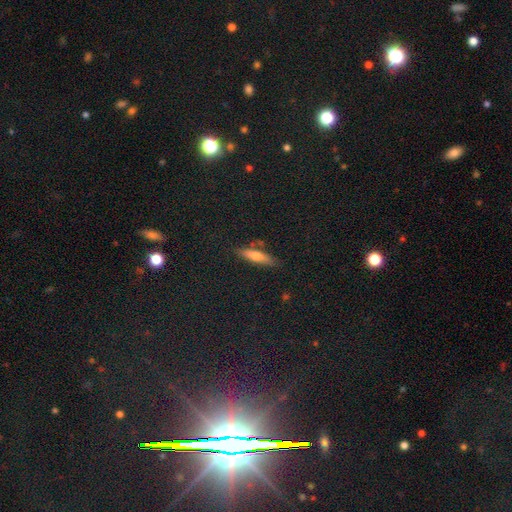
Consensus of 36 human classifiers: Morphology: type=smooth (69%); roundness=cigar-shaped (72%); merging=none (82%).